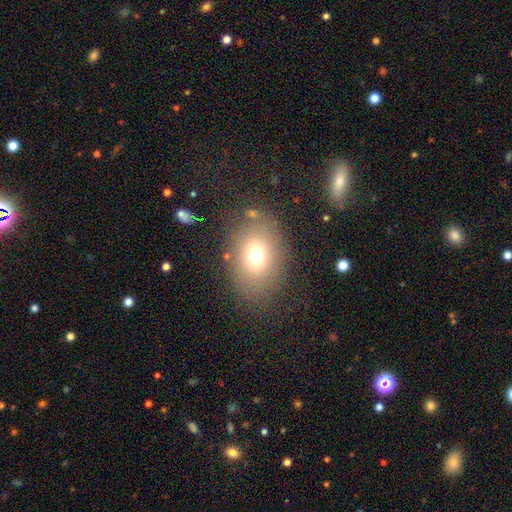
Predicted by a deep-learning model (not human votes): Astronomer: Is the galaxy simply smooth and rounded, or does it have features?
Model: smooth — 70%.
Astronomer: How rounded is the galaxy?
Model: in between — 63%.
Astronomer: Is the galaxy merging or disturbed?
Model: none — 77%.